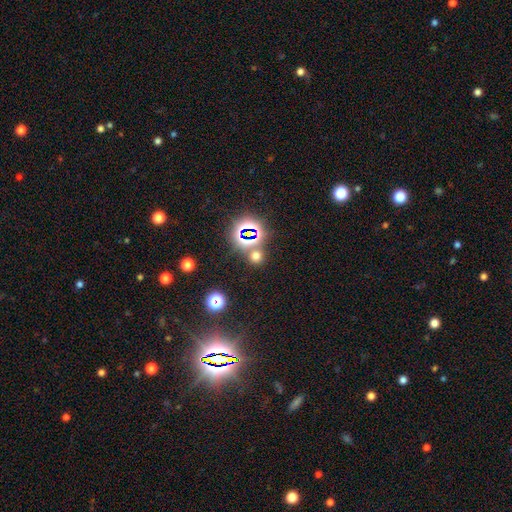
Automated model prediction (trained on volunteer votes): Morphology: type=smooth (55%); roundness=round (87%); merging=none (74%).